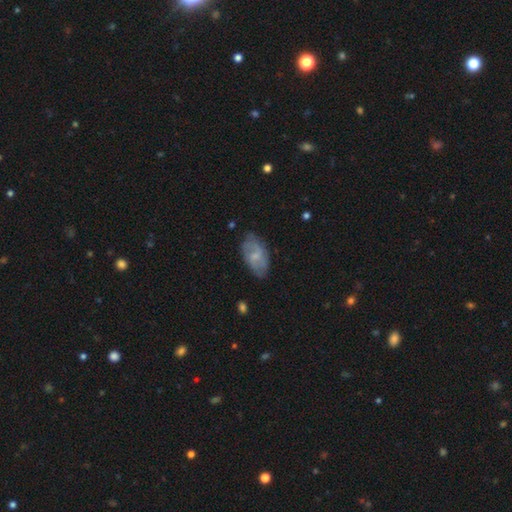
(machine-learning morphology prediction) featured or disk 51%, smooth 42%, star or artifact 7%. Down the decision tree: edge-on disk — no (95%); merging — none (72%).